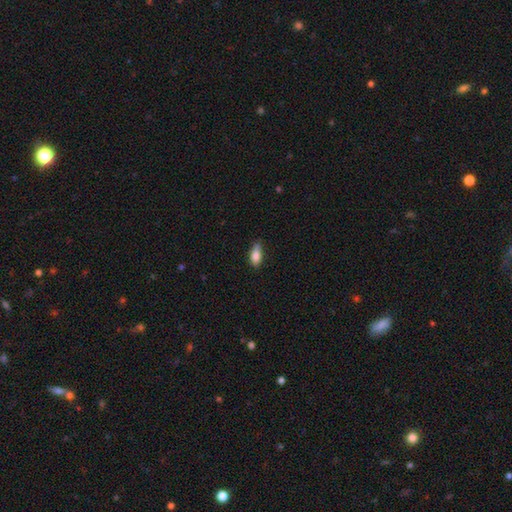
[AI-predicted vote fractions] smooth_or_featured: smooth (p=0.82) [alt: featured or disk p=0.11]
how_rounded: in between (p=0.82) [alt: cigar-shaped p=0.15]
merging: none (p=0.65) [alt: minor disturbance p=0.29]